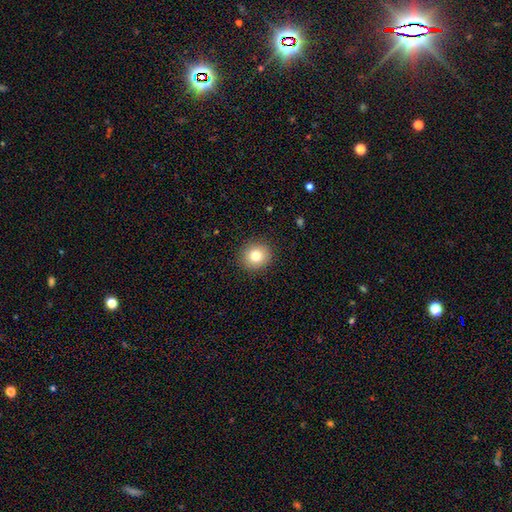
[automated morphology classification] Smooth or featured? Predicted: smooth (p=0.80). How rounded? Predicted: round (p=0.89). Merging? Predicted: none (p=0.91).